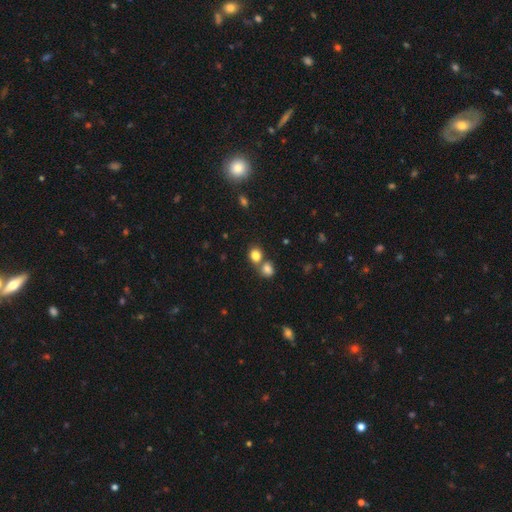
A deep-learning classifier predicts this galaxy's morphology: The model was most divided on "merging": none: 49%, merger: 40%, minor disturbance: 8%, major disturbance: 3%. More confident: smooth or featured — smooth (81%); how rounded — round (72%).